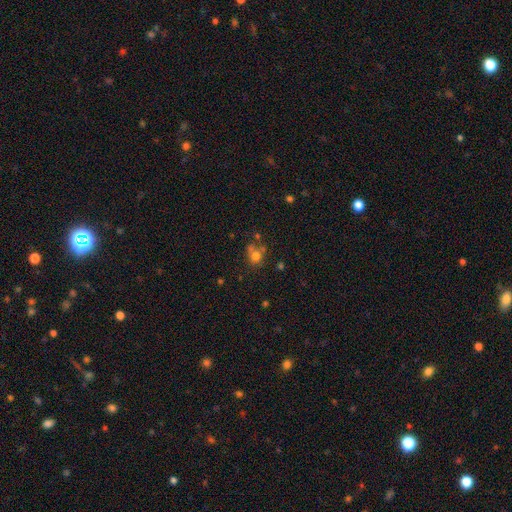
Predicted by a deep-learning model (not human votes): smooth-or-featured: smooth: 69% | star or artifact: 18% | featured or disk: 13%
  how-rounded: round: 73% | in between: 26% | cigar-shaped: 1%
  merging: none: 51% | merger: 28% | minor disturbance: 14% | major disturbance: 7%